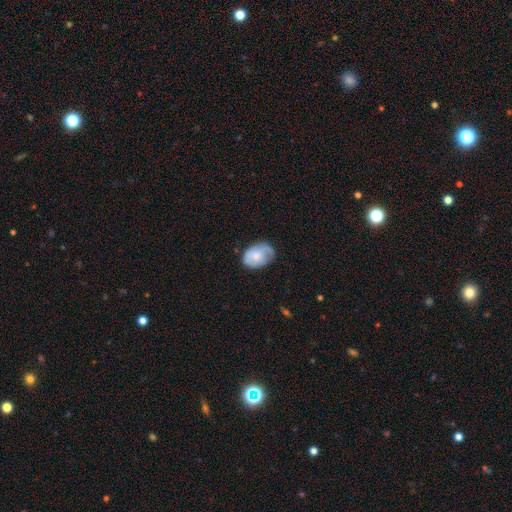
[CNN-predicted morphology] Smooth or featured? Predicted: smooth (p=0.67). How rounded? Predicted: in between (p=0.78). Merging? Predicted: none (p=0.55).